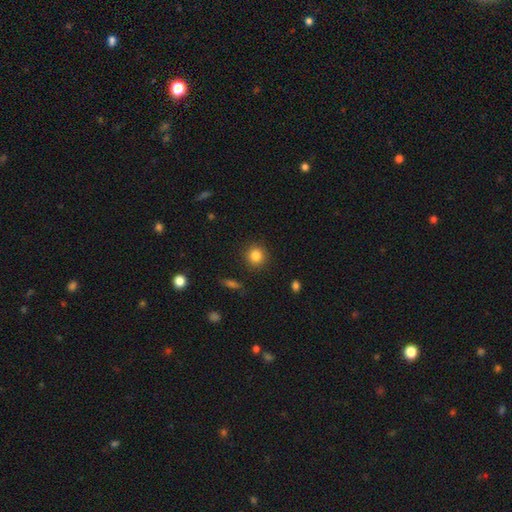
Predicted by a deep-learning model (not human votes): This appears to be a smooth galaxy with no disk features (83%) that is round (90%). Merging: none (90%).